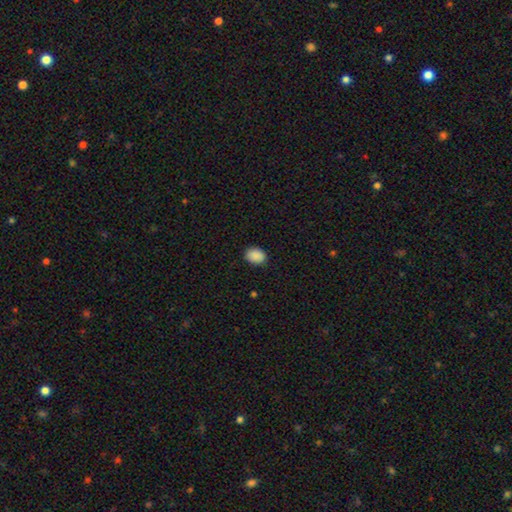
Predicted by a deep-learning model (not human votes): Overall: smooth (90%). How rounded: in between (69%; round 30%). Merging: none (86%).